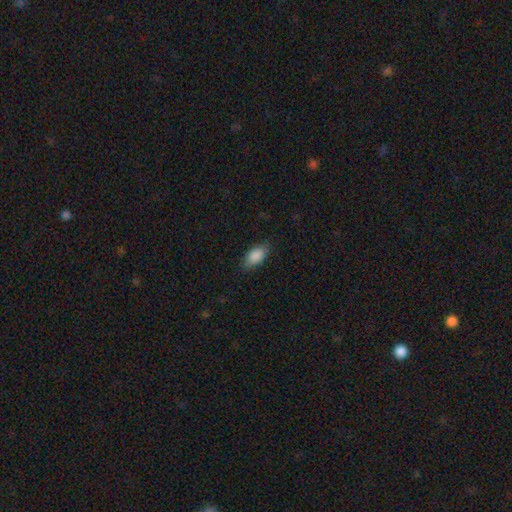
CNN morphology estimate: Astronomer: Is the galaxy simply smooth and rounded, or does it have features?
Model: smooth — 88%.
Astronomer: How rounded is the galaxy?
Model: in between — 92%.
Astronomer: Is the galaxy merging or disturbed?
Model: none — 79%.